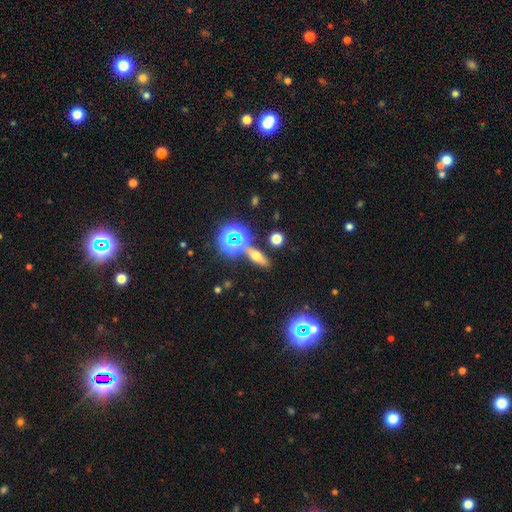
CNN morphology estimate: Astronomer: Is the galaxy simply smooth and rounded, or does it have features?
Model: smooth — 42% (runner-up: featured or disk, 29%).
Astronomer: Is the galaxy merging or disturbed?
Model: none — 77%.